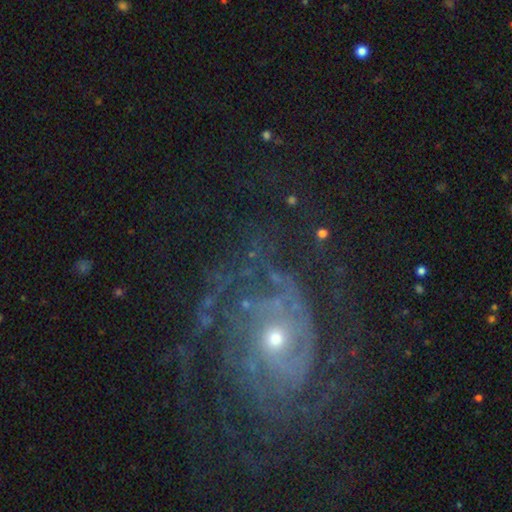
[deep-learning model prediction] Overall: featured or disk (83%). Edge-on disk: no (97%). Bar: no (76%). Spiral arms: yes (93%). Spiral arm count: can't tell (34%; 2 21%). Spiral winding: tight (61%; medium 30%). Bulge size: small (58%; moderate 38%). Merging: none (65%).